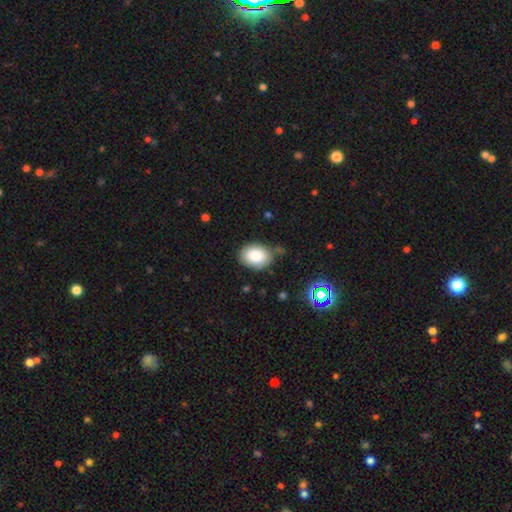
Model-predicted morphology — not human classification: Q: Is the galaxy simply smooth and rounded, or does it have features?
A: smooth — 83%.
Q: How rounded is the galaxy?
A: in between — 66%.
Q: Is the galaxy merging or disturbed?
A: none — 72%.